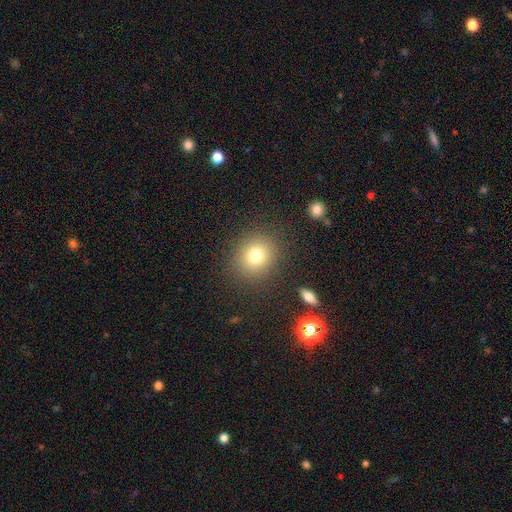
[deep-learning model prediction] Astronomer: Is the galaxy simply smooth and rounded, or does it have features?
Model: smooth — 77%.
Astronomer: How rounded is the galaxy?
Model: round — 81%.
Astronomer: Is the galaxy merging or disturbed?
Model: none — 86%.